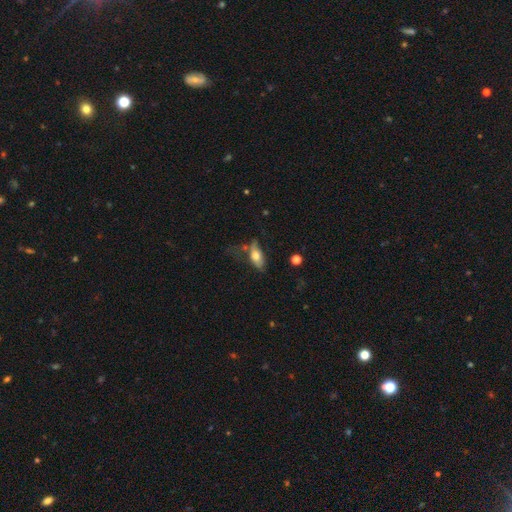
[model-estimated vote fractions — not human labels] Smooth or featured? Predicted: smooth (p=0.66). How rounded? Predicted: in between (p=0.81). Merging? Predicted: none (p=0.39).